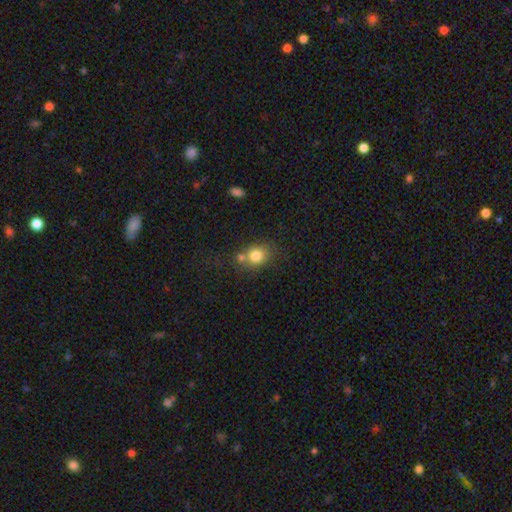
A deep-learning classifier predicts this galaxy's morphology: Q: Smooth or featured?
A: smooth (79%); runner-up: featured or disk (10%)
Q: How rounded?
A: round (61%); runner-up: in between (38%)
Q: Merging?
A: none (54%); runner-up: merger (28%)